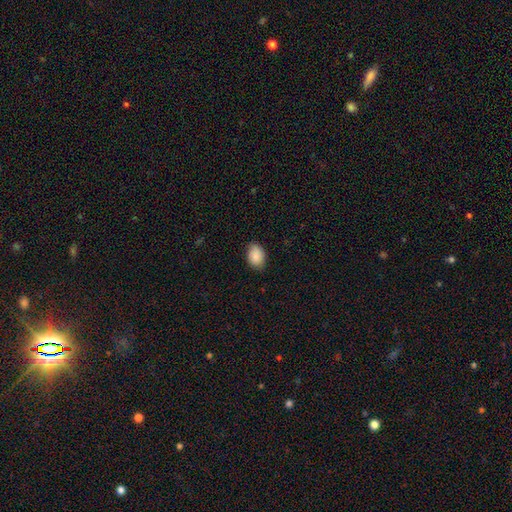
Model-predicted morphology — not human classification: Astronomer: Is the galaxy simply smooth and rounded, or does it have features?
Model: smooth — 88%.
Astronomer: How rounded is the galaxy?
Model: in between — 78%.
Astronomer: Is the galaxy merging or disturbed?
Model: none — 79%.